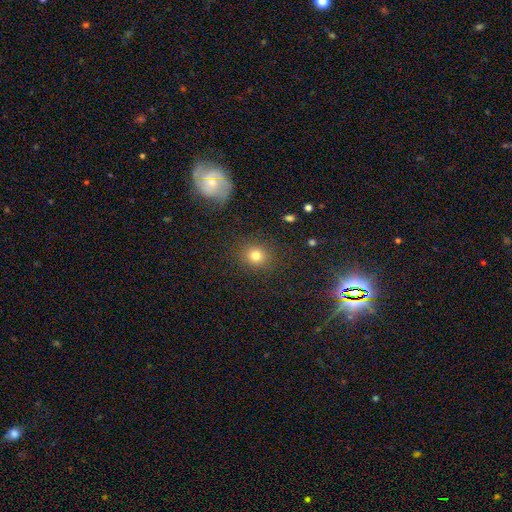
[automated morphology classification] The model was most divided on "smooth or featured": smooth: 80%, star or artifact: 14%, featured or disk: 7%. More confident: merging — none (88%); how rounded — round (83%).